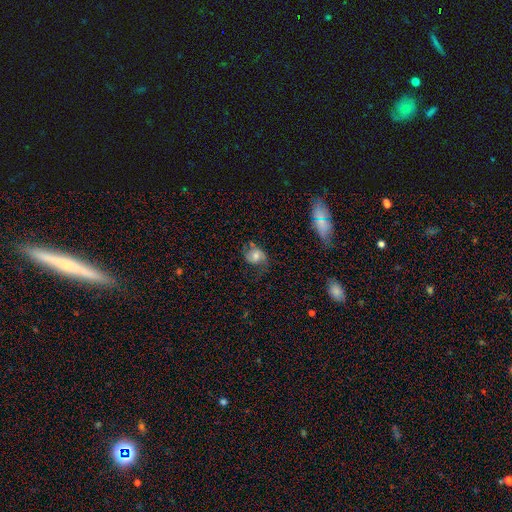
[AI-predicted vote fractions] This appears to be a featured or disk galaxy (53%) with no bar (63%), spiral arms (86%) and a moderate central bulge (56%). Merging: none (55%).